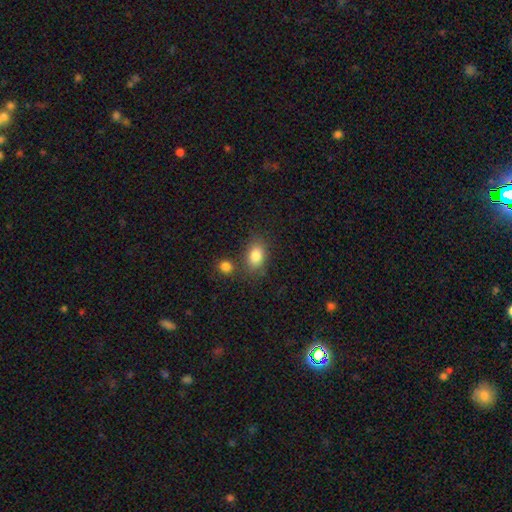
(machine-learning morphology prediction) This is clearly a smooth galaxy (83%). How rounded: likely in between (78%). Merging: likely none (69%).